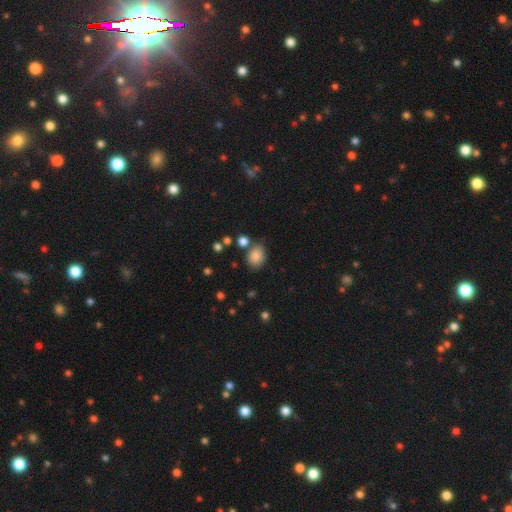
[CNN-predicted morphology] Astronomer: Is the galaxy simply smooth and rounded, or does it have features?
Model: smooth — 84%.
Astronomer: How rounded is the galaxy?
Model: in between — 68%.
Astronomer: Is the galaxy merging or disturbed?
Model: none — 72%.